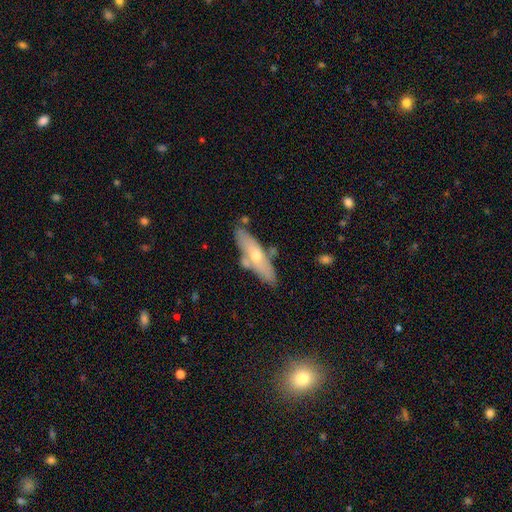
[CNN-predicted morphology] Overall: featured or disk (48%; smooth 46%). Merging: none (74%).